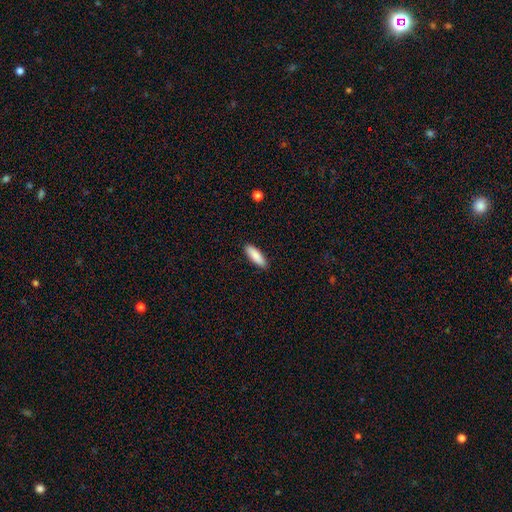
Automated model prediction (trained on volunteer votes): smooth 87%, featured or disk 8%, star or artifact 6%. Down the decision tree: how rounded — in between (53%); merging — none (89%).